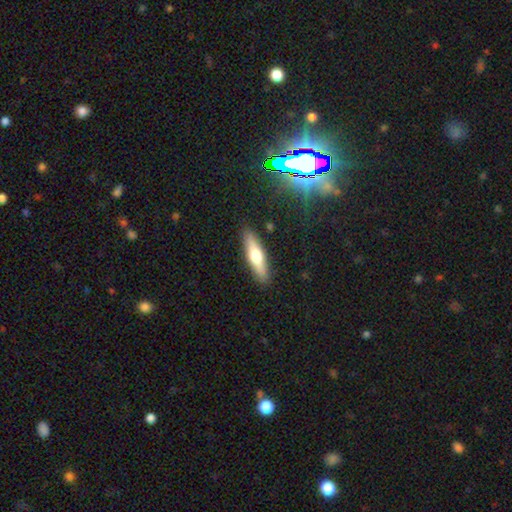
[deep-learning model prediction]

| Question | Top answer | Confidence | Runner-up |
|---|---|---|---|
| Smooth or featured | smooth | 56% | featured or disk (39%) |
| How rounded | cigar-shaped | 70% | in between (28%) |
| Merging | none | 89% | minor disturbance (8%) |